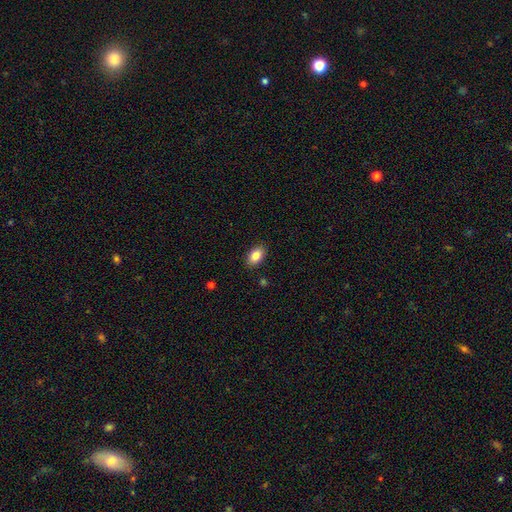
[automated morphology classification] smooth-or-featured: smooth: 84% | star or artifact: 8% | featured or disk: 8%
  how-rounded: in between: 90% | round: 8% | cigar-shaped: 2%
  merging: none: 88% | minor disturbance: 9% | major disturbance: 2% | merger: 1%